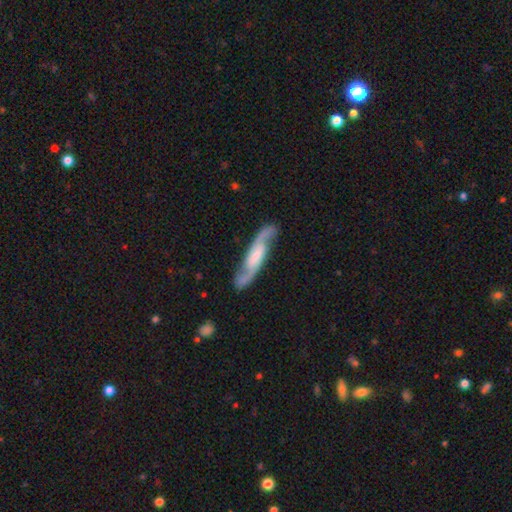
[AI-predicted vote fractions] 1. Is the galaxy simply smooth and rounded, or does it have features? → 85% featured or disk, 11% smooth, 4% star or artifact.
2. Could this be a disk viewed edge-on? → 85% no, 15% yes.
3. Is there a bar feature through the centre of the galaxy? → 39% weak, 36% no, 25% strong.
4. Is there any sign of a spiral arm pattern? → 97% yes, 3% no.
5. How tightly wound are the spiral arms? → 46% medium, 37% loose, 16% tight.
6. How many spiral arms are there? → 93% 2, 3% can't tell, 1% 1, 1% 3, 1% 4, 1% more than 4.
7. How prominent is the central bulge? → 42% small, 36% moderate, 13% none, 8% large, 2% dominant.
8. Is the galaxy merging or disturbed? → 82% none, 12% minor disturbance, 4% major disturbance, 2% merger.